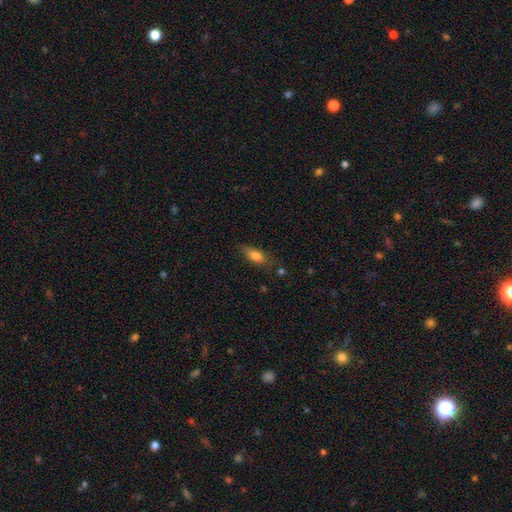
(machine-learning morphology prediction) The model was most divided on "merging": none: 72%, minor disturbance: 20%, major disturbance: 6%, merger: 3%. More confident: smooth or featured — smooth (79%); how rounded — in between (76%).